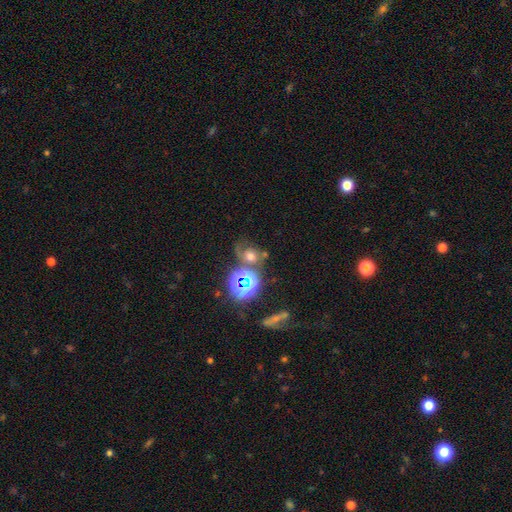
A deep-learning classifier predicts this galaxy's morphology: This appears to be a star or artifact, not a galaxy (39%).